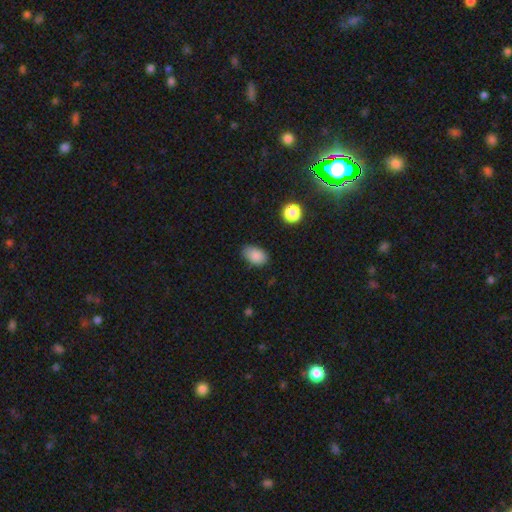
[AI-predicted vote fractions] smooth_or_featured: smooth (p=0.86) [alt: star or artifact p=0.08]
how_rounded: in between (p=0.88) [alt: round p=0.11]
merging: none (p=0.76) [alt: minor disturbance p=0.19]